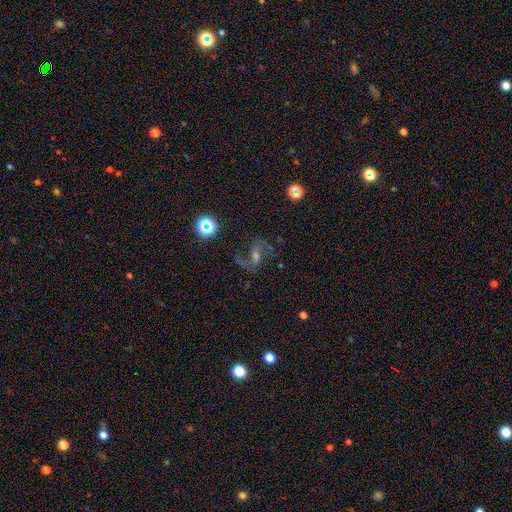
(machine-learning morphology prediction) A featured or disk galaxy (74%) with a weak bar (48%), 2 (90%) loose (51%) spiral arms (95%) and a moderate central bulge (46%).

Vote fractions:
- Smooth or featured? featured or disk: 74% / star or artifact: 16% / smooth: 9%
- Edge-on disk? no: 96% / yes: 4%
- Bar? weak: 48% / no: 27% / strong: 24%
- Spiral arms? yes: 95% / no: 5%
- Spiral winding? loose: 51% / medium: 40% / tight: 8%
- Spiral arm count? 2: 90% / 1: 3% / can't tell: 3% / 3: 1% / 4: 1% / more than 4: 1%
- Bulge size? moderate: 46% / small: 39% / none: 8% / large: 6% / dominant: 2%
- Merging? none: 72% / minor disturbance: 14% / major disturbance: 11% / merger: 3%